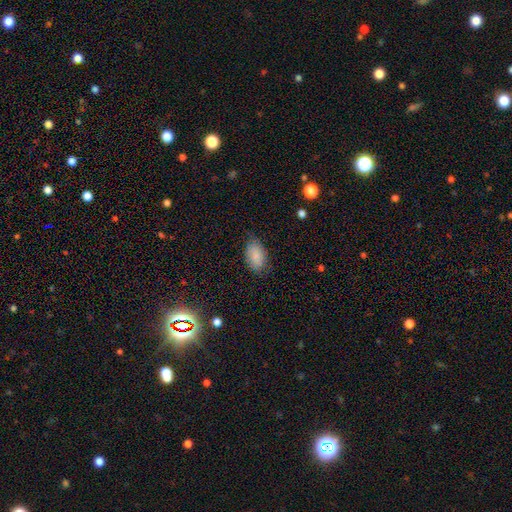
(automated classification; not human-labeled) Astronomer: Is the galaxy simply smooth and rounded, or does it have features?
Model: smooth — 86%.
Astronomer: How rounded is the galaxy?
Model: in between — 93%.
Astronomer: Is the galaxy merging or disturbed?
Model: none — 78%.